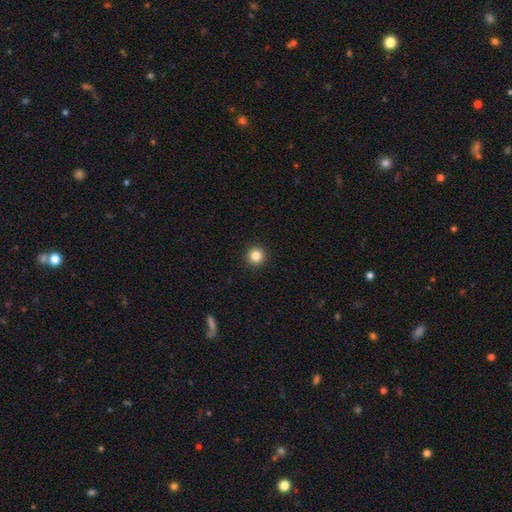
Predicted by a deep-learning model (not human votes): Smooth or featured: smooth — 84% (star or artifact — 11%)
How rounded: round — 95% (in between — 4%)
Merging: none — 93% (minor disturbance — 4%)